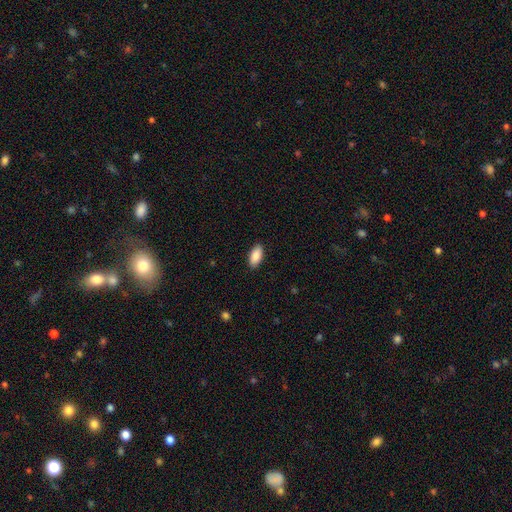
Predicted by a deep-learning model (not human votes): This appears to be a smooth galaxy with no disk features (89%) that is in between round and cigar-shaped (91%). Merging: none (89%).